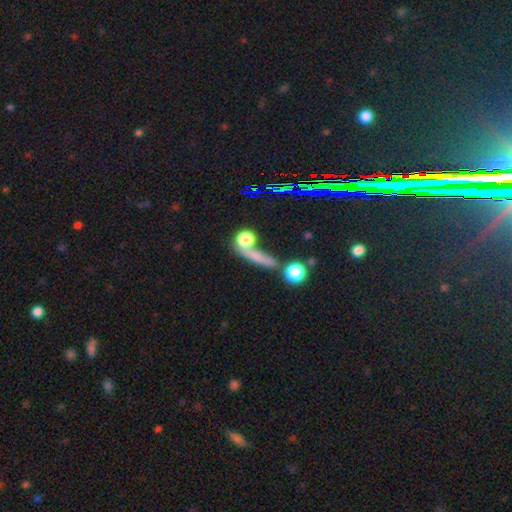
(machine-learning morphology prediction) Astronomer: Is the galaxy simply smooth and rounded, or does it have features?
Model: smooth — 58%.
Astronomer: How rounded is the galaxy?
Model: cigar-shaped — 55%.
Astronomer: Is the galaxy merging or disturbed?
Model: none — 54%.